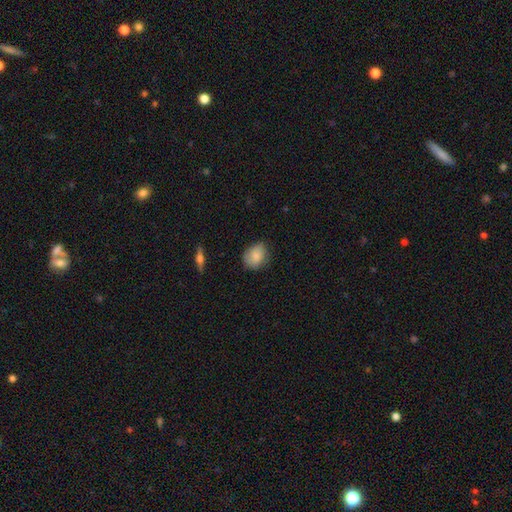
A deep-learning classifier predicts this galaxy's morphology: Smooth or featured? smooth (82%)
How rounded? round (55%)
Merging? none (68%)